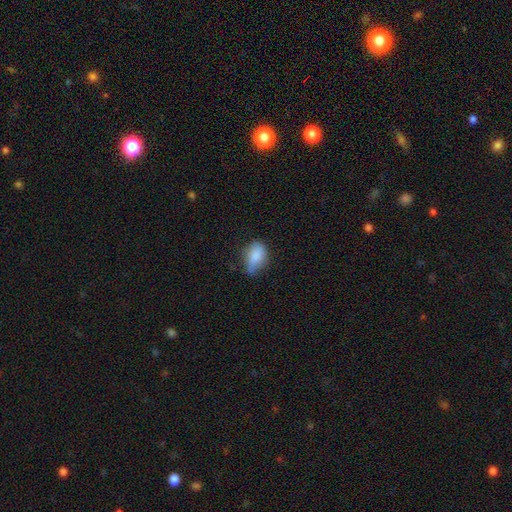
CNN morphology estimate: Smooth or featured? smooth (81%)
How rounded? in between (83%)
Merging? minor disturbance (44%)